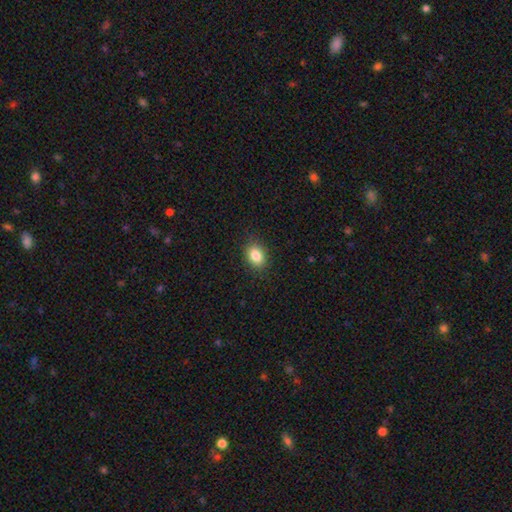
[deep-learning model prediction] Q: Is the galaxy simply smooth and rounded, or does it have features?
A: smooth — 84%.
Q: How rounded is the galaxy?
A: in between — 65%.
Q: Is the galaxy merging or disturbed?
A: none — 88%.